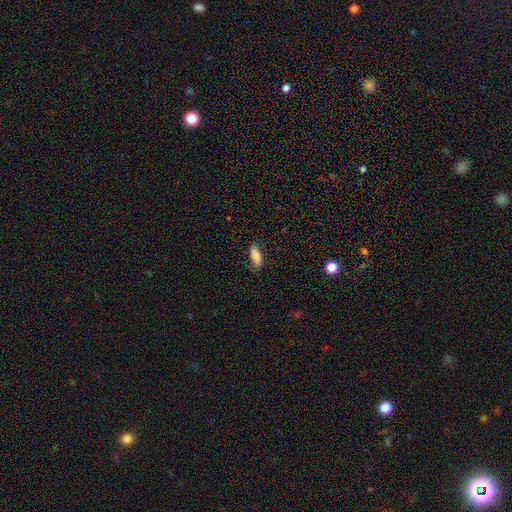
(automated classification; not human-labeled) Smooth or featured? Predicted: smooth (p=0.84). How rounded? Predicted: in between (p=0.82). Merging? Predicted: none (p=0.73).